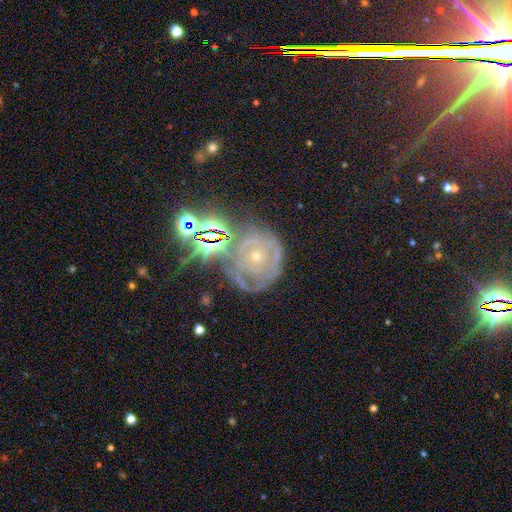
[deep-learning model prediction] Smooth or featured? Predicted: featured or disk (p=0.67). Edge-on disk? Predicted: no (p=0.97). Bar? Predicted: no (p=0.82). Spiral arms? Predicted: yes (p=0.82). Spiral winding? Predicted: tight (p=0.75). Spiral arm count? Predicted: can't tell (p=0.45). Bulge size? Predicted: small (p=0.71). Merging? Predicted: none (p=0.59).